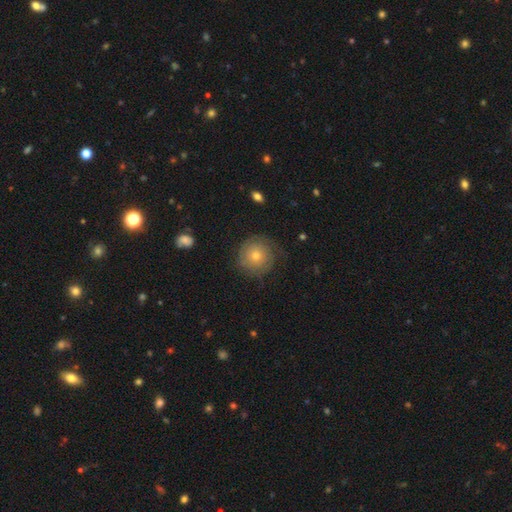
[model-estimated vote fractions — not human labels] This is possibly a smooth galaxy (56%). How rounded: clearly round (93%). Merging: likely none (74%).